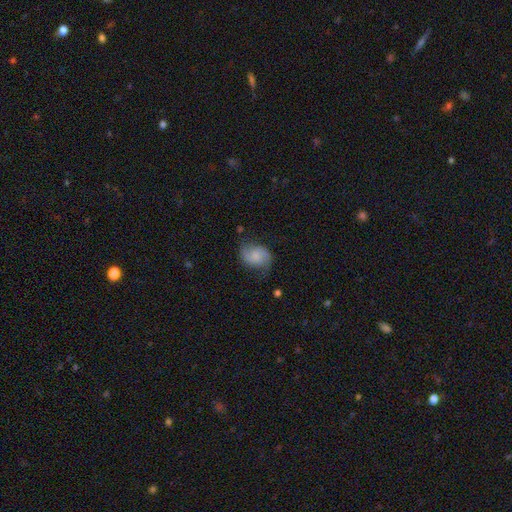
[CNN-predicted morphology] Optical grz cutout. It shows a featured or disk galaxy (46%). Merging: none (65%).